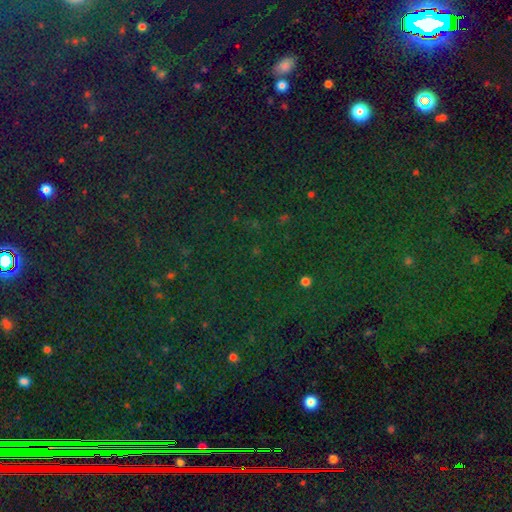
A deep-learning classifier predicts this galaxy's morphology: A star or artifact, not a galaxy (82%).